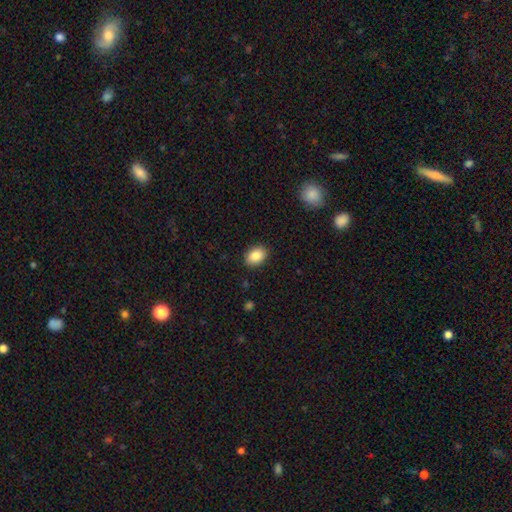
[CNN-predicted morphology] This appears to be a smooth galaxy with no disk features (87%) that is in between round and cigar-shaped (76%). Merging: none (88%).